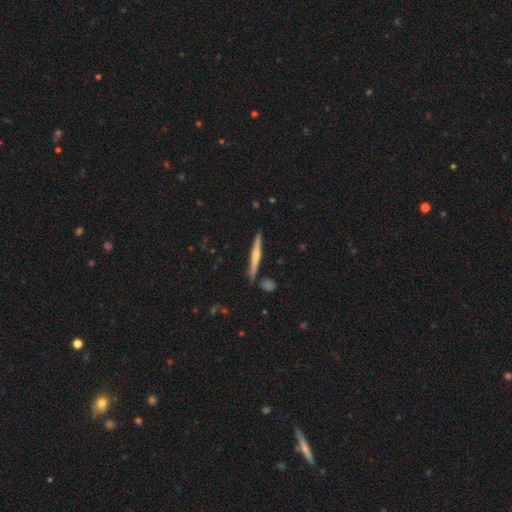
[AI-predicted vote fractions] Smooth or featured: featured or disk — 58% (smooth — 37%)
Edge-on disk: yes — 97% (no — 3%)
Edge-on bulge: rounded — 71% (none — 21%)
Merging: none — 86% (minor disturbance — 9%)